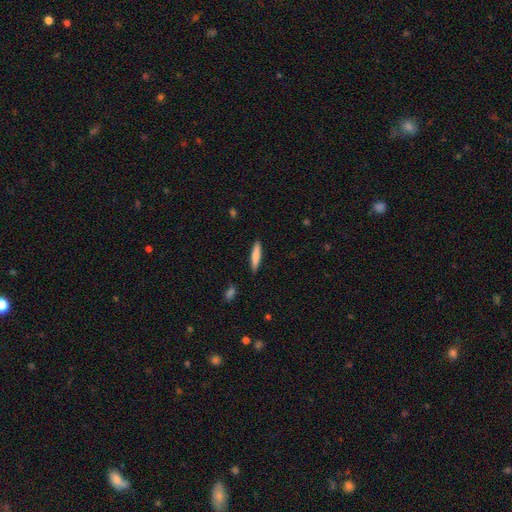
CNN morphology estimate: Q: Smooth or featured?
A: smooth (79%); runner-up: featured or disk (15%)
Q: How rounded?
A: cigar-shaped (86%); runner-up: in between (12%)
Q: Merging?
A: none (89%); runner-up: minor disturbance (8%)